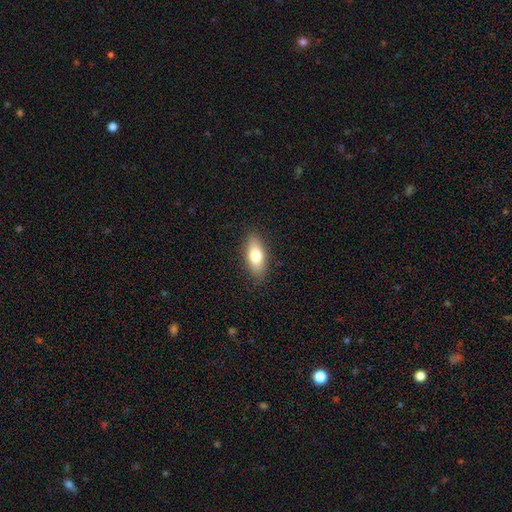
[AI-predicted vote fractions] A smooth galaxy with no disk features (75%) that is in between round and cigar-shaped (78%).

Vote fractions:
- Smooth or featured? smooth: 75% / featured or disk: 18% / star or artifact: 7%
- How rounded? in between: 78% / cigar-shaped: 18% / round: 4%
- Merging? none: 87% / minor disturbance: 10% / major disturbance: 2% / merger: 1%